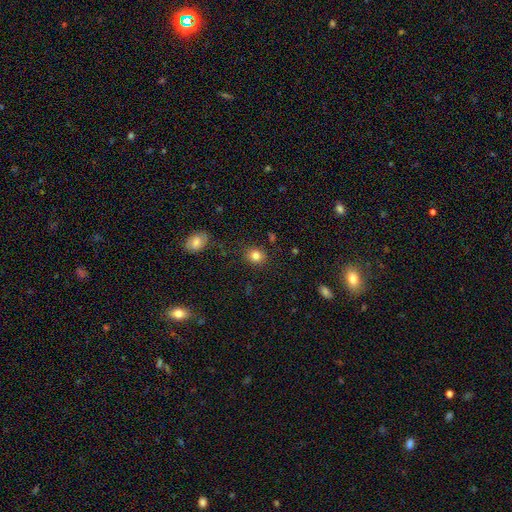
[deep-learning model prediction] The model was most divided on "how rounded": round: 75%, in between: 24%, cigar-shaped: 1%. More confident: merging — none (85%); smooth or featured — smooth (83%).